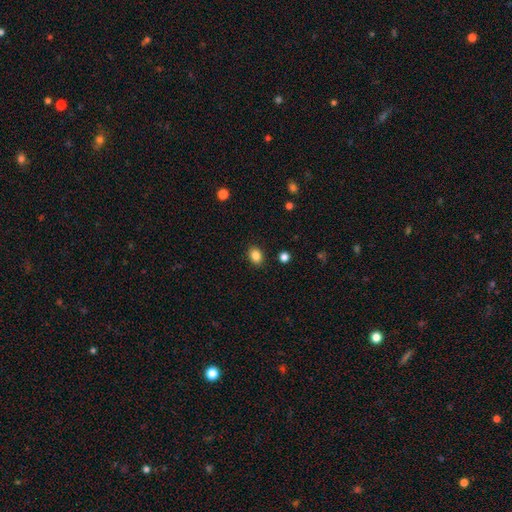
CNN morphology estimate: smooth 86%, star or artifact 10%, featured or disk 4%. Down the decision tree: how rounded — in between (65%); merging — none (88%).